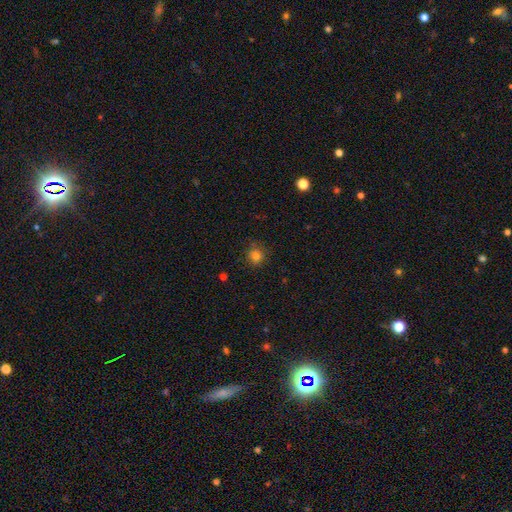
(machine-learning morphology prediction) Smooth or featured: smooth — 80% (star or artifact — 15%)
How rounded: round — 84% (in between — 15%)
Merging: none — 81% (minor disturbance — 13%)